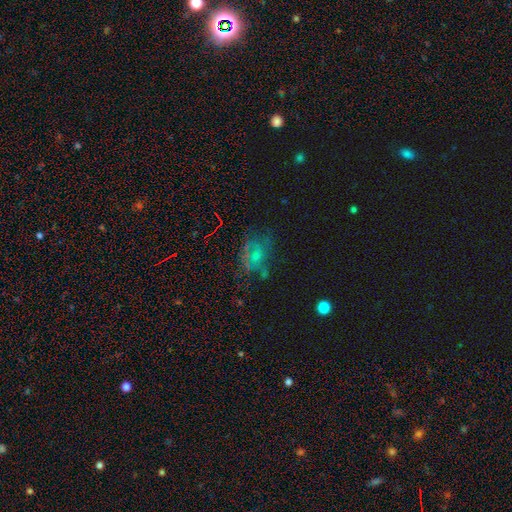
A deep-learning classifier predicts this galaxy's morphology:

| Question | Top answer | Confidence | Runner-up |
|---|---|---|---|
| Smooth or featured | featured or disk | 45% | smooth (32%) |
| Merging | none | 45% | major disturbance (26%) |